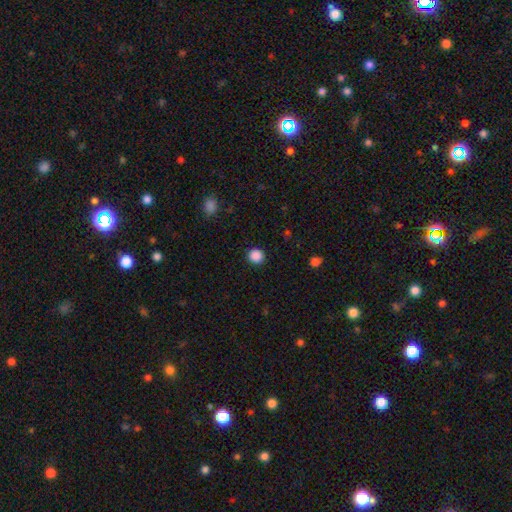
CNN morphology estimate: Overall: smooth (88%). How rounded: round (92%). Merging: none (91%).